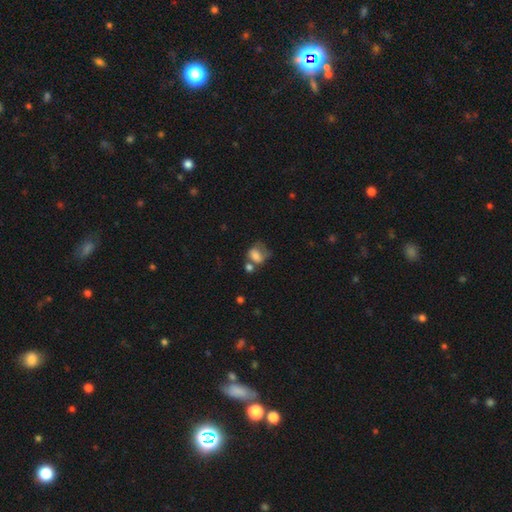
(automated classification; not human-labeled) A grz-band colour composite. It shows a smooth galaxy with no disk features (66%) that is in between round and cigar-shaped (61%). Merging: merger (31%).